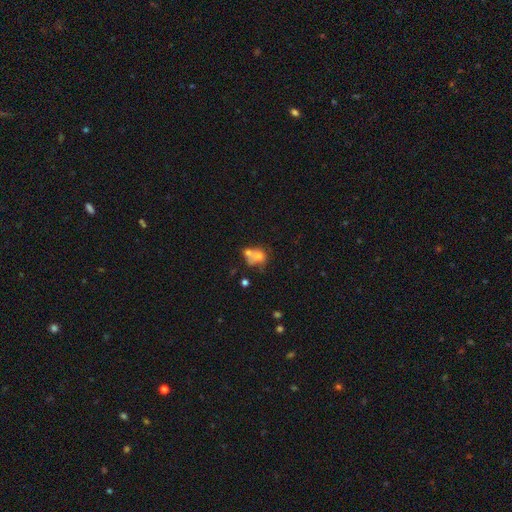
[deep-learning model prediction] Q: Smooth or featured?
A: smooth (65%); runner-up: featured or disk (23%)
Q: How rounded?
A: round (56%); runner-up: in between (42%)
Q: Merging?
A: merger (50%); runner-up: none (26%)